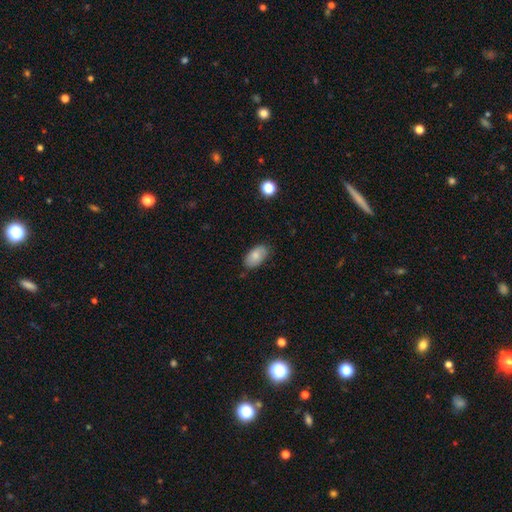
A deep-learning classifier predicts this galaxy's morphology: Smooth or featured? Predicted: smooth (p=0.82). How rounded? Predicted: in between (p=0.94). Merging? Predicted: none (p=0.81).